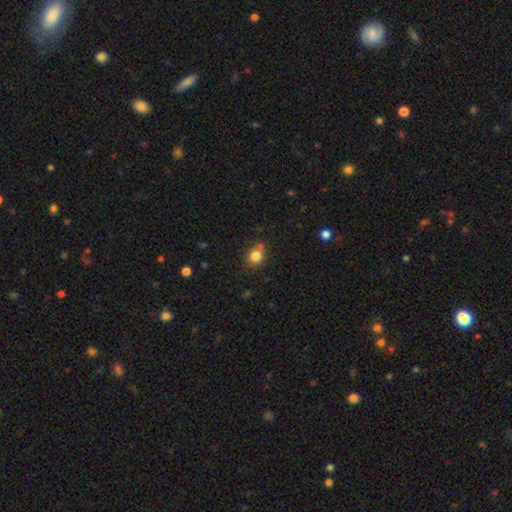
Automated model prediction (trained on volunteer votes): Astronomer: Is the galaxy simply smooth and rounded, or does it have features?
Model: smooth — 81%.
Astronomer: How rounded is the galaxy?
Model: round — 69%.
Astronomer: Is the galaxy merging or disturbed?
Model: none — 67%.